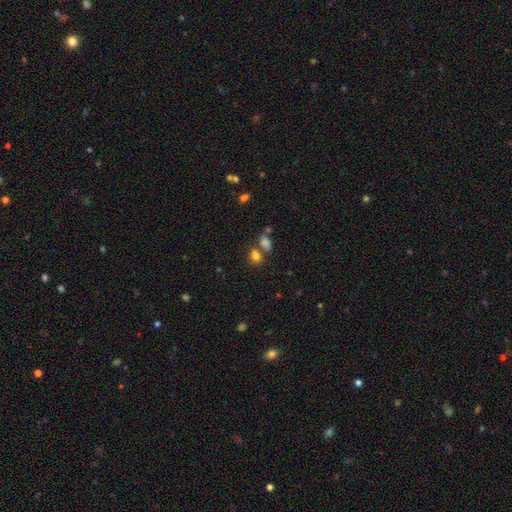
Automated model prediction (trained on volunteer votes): smooth 79%, star or artifact 13%, featured or disk 8%. Down the decision tree: how rounded — in between (66%); merging — none (50%).